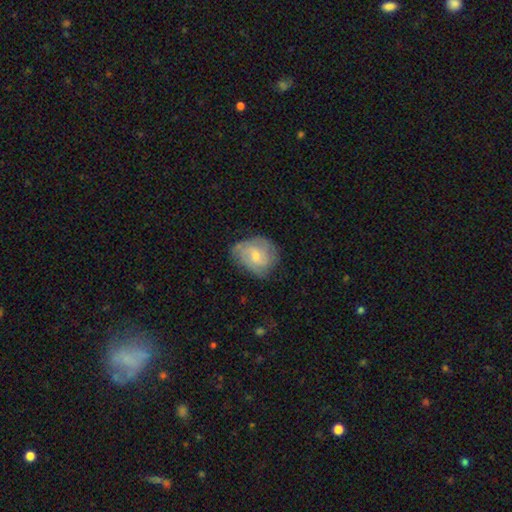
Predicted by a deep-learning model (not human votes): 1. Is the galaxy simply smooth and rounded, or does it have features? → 65% featured or disk, 29% smooth, 6% star or artifact.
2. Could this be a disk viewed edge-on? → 97% no, 3% yes.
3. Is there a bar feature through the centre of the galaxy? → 49% no, 45% weak, 6% strong.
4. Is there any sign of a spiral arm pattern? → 87% yes, 13% no.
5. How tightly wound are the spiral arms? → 49% tight, 39% medium, 13% loose.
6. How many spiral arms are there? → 34% can't tell, 26% 2, 24% 3, 8% 4, 4% 1, 4% more than 4.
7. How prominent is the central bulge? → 47% small, 45% moderate, 5% none, 2% large, 1% dominant.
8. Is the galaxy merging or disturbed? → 65% none, 25% minor disturbance, 9% major disturbance, 1% merger.